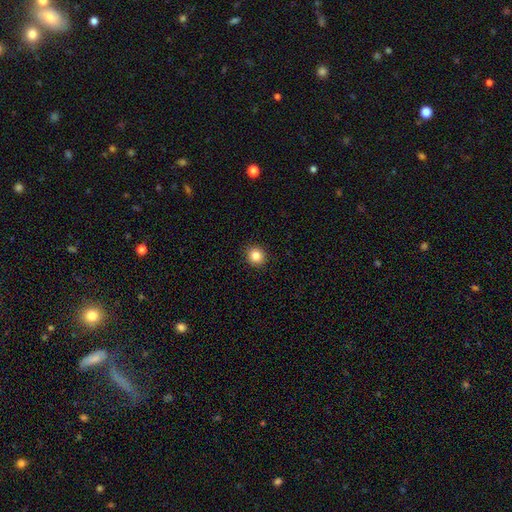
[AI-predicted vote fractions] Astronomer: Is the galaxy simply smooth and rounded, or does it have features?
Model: smooth — 83%.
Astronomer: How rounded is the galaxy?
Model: round — 86%.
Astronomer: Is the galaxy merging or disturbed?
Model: none — 92%.